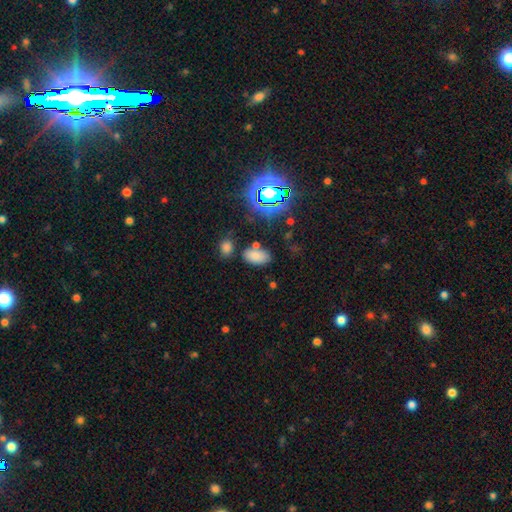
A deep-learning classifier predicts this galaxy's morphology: Smooth or featured: smooth — 74% (star or artifact — 18%)
How rounded: in between — 93% (round — 5%)
Merging: none — 72% (minor disturbance — 14%)